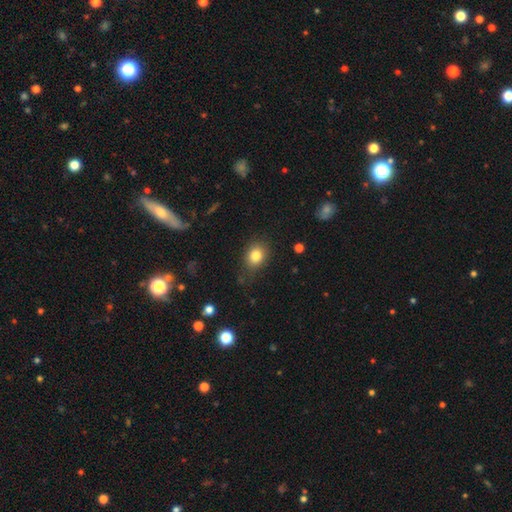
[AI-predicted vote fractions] Smooth or featured? smooth (82%)
How rounded? in between (50%)
Merging? none (77%)